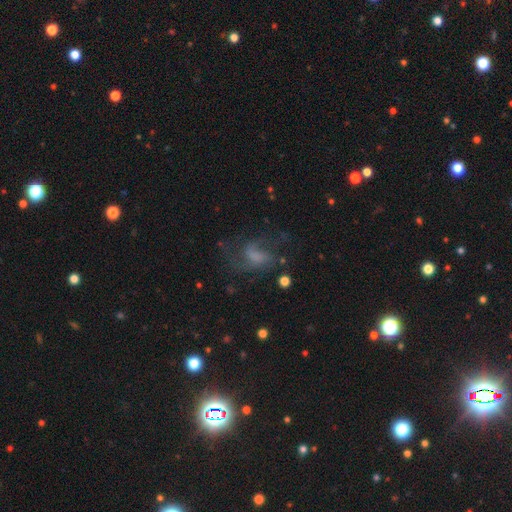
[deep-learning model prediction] Q: Smooth or featured?
A: featured or disk (61%); runner-up: smooth (26%)
Q: Edge-on disk?
A: no (97%); runner-up: yes (3%)
Q: Bar?
A: no (51%); runner-up: weak (39%)
Q: Spiral arms?
A: yes (80%); runner-up: no (20%)
Q: Bulge size?
A: none (44%); runner-up: moderate (22%)
Q: Merging?
A: none (46%); runner-up: major disturbance (32%)